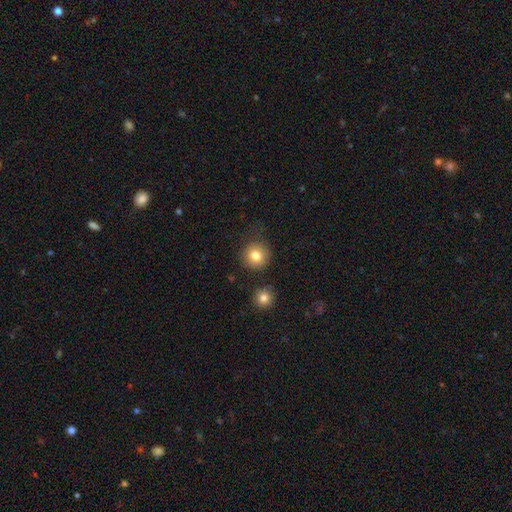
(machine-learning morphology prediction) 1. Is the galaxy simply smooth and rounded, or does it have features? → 82% smooth, 11% star or artifact, 8% featured or disk.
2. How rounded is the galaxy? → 93% round, 6% in between, 1% cigar-shaped.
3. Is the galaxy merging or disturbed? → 83% none, 10% minor disturbance, 4% merger, 4% major disturbance.